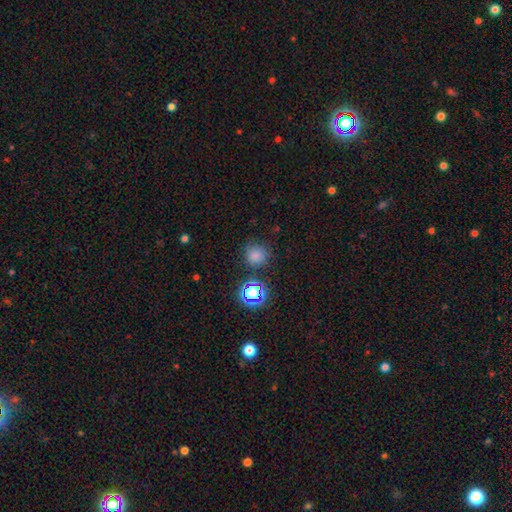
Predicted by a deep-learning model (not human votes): smooth_or_featured: smooth (p=0.73) [alt: star or artifact p=0.21]
how_rounded: round (p=0.91) [alt: in between p=0.08]
merging: none (p=0.79) [alt: minor disturbance p=0.12]